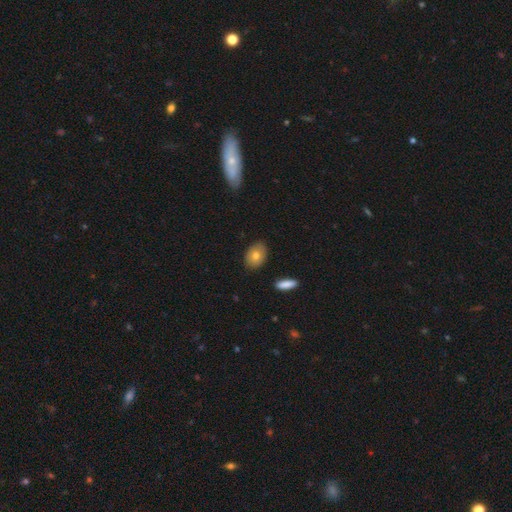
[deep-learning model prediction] A smooth galaxy with no disk features (76%) that is in between round and cigar-shaped (80%).

Vote fractions:
- Smooth or featured? smooth: 76% / featured or disk: 16% / star or artifact: 8%
- How rounded? in between: 80% / round: 19% / cigar-shaped: 2%
- Merging? none: 85% / minor disturbance: 12% / major disturbance: 2% / merger: 2%